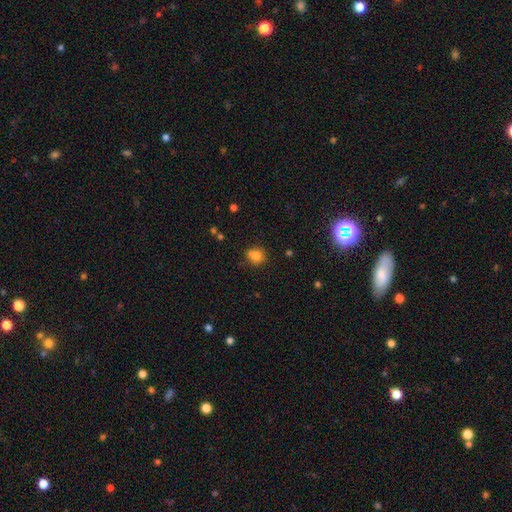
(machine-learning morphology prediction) Smooth or featured? Predicted: smooth (p=0.78). How rounded? Predicted: round (p=0.80). Merging? Predicted: none (p=0.61).